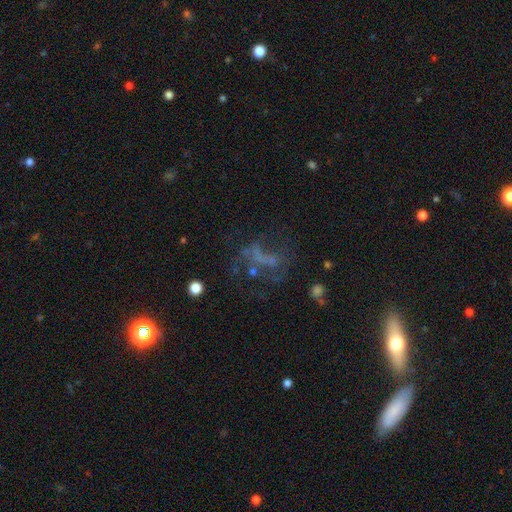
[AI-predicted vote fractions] A featured or disk galaxy (45%).

Vote fractions:
- Smooth or featured? featured or disk: 45% / star or artifact: 31% / smooth: 24%
- Merging? none: 49% / major disturbance: 27% / minor disturbance: 17% / merger: 7%